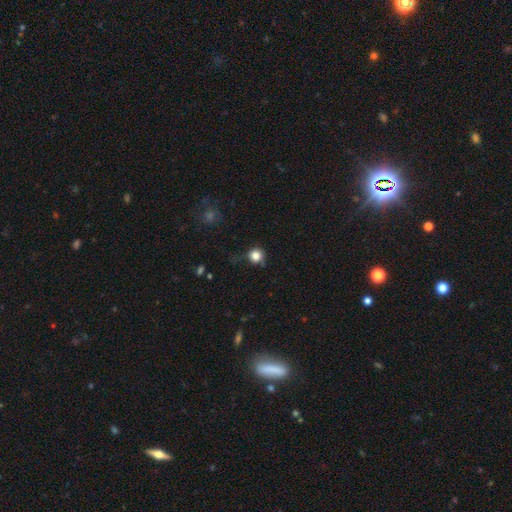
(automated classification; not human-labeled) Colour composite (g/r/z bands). It shows a smooth galaxy with no disk features (82%) that is round (93%). Merging: none (69%).